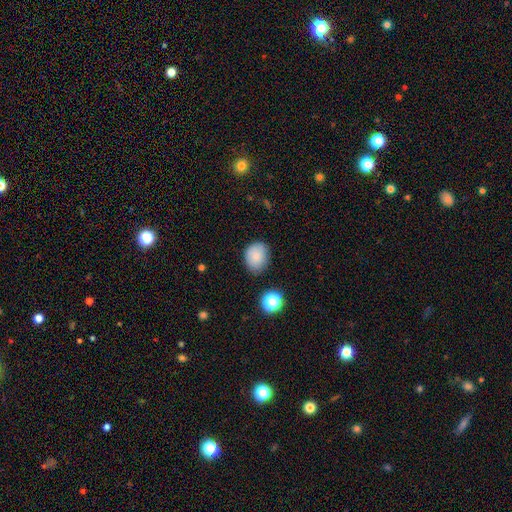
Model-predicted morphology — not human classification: A smooth galaxy with no disk features (83%) that is in between round and cigar-shaped (54%).

Vote fractions:
- Smooth or featured? smooth: 83% / star or artifact: 10% / featured or disk: 7%
- How rounded? in between: 54% / round: 45% / cigar-shaped: 1%
- Merging? none: 77% / minor disturbance: 17% / major disturbance: 4% / merger: 3%